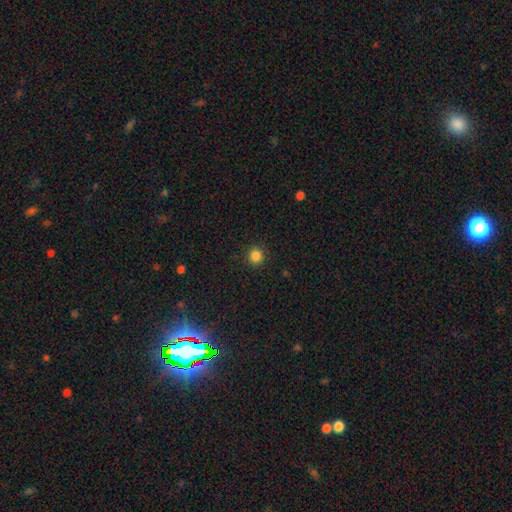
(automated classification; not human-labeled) The model was most divided on "smooth or featured": smooth: 85%, star or artifact: 12%, featured or disk: 3%. More confident: how rounded — round (93%); merging — none (92%).